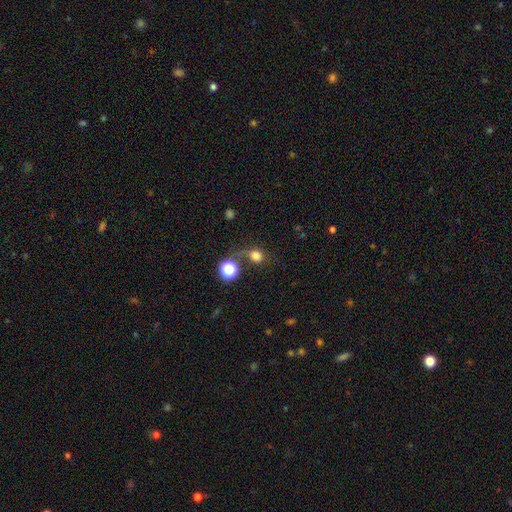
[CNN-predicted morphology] Smooth or featured? smooth (77%)
How rounded? round (75%)
Merging? none (46%)